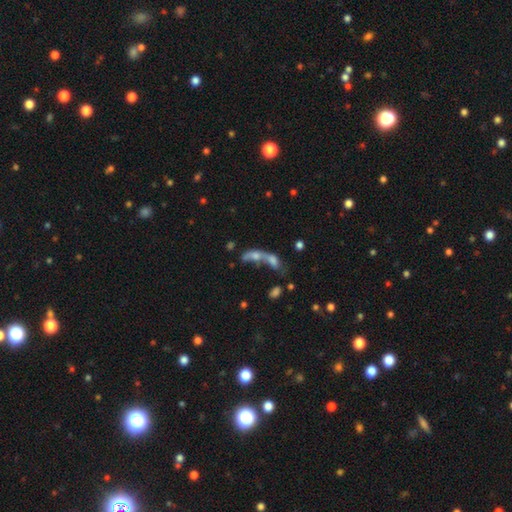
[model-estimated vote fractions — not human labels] Q: Smooth or featured?
A: smooth (54%); runner-up: featured or disk (31%)
Q: How rounded?
A: in between (62%); runner-up: cigar-shaped (28%)
Q: Merging?
A: merger (69%); runner-up: none (13%)